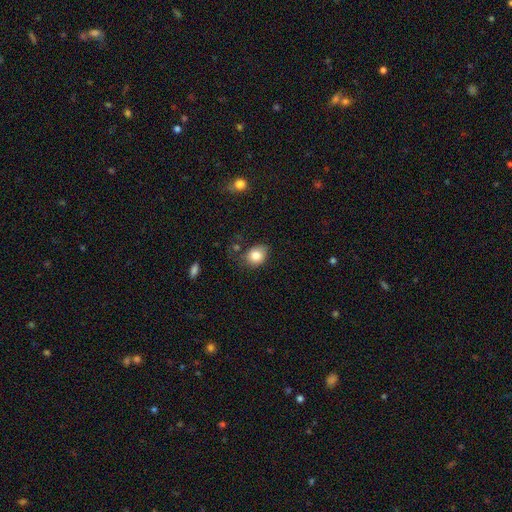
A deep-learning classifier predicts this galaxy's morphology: The model was most divided on "how rounded": round: 53%, in between: 46%, cigar-shaped: 1%. More confident: smooth or featured — smooth (83%); merging — none (65%).